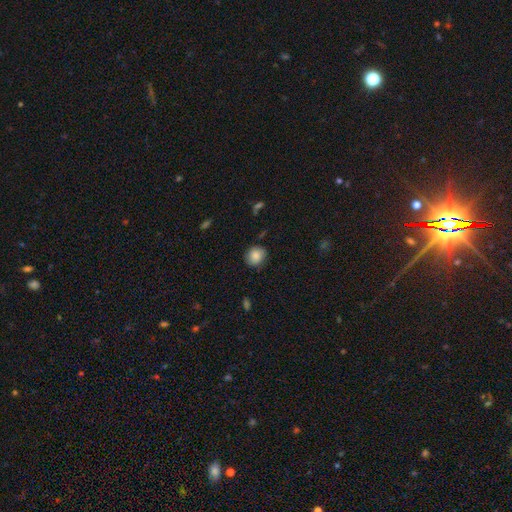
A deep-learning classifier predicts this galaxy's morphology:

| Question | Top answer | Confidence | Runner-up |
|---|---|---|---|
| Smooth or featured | smooth | 85% | star or artifact (8%) |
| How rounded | round | 79% | in between (20%) |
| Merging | none | 82% | minor disturbance (13%) |